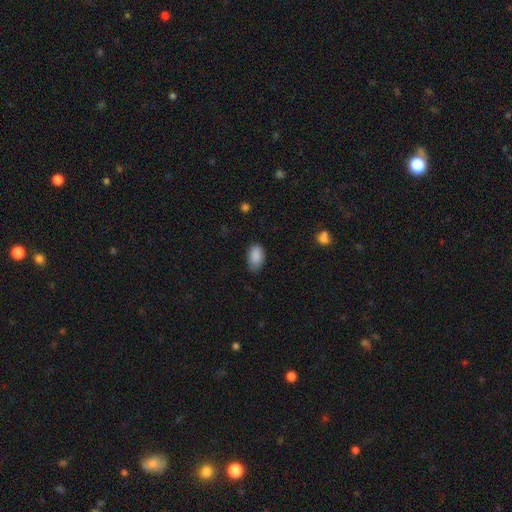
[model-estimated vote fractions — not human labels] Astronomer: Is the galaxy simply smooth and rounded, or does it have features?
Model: smooth — 89%.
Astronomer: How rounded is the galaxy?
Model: in between — 93%.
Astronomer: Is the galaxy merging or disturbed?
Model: none — 74%.